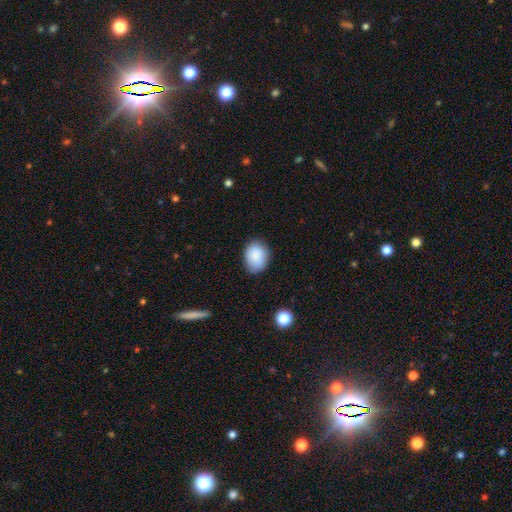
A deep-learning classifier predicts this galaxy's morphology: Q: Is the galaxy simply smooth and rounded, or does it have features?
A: smooth — 88%.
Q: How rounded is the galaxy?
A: in between — 66%.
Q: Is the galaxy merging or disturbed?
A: none — 80%.